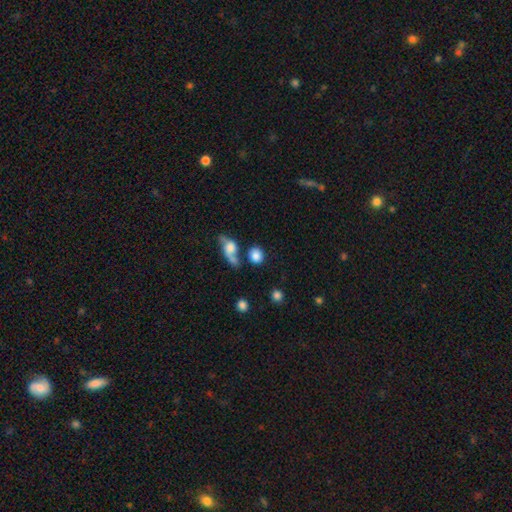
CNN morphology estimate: A smooth galaxy with no disk features (82%) that is round (81%).

Vote fractions:
- Smooth or featured? smooth: 82% / star or artifact: 10% / featured or disk: 9%
- How rounded? round: 81% / in between: 17% / cigar-shaped: 2%
- Merging? none: 59% / merger: 24% / minor disturbance: 11% / major disturbance: 7%